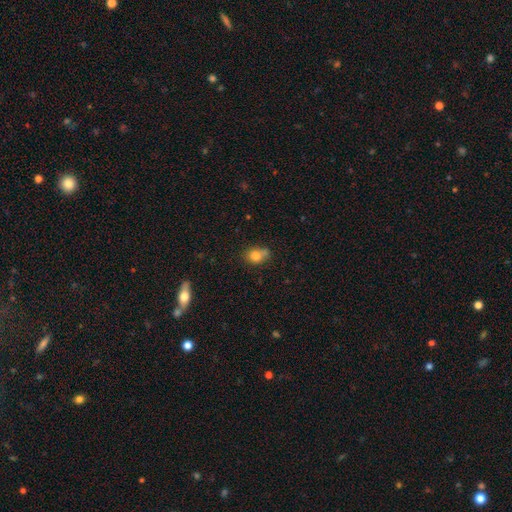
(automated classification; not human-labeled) smooth 78%, star or artifact 11%, featured or disk 11%. Down the decision tree: how rounded — round (50%); merging — none (53%).